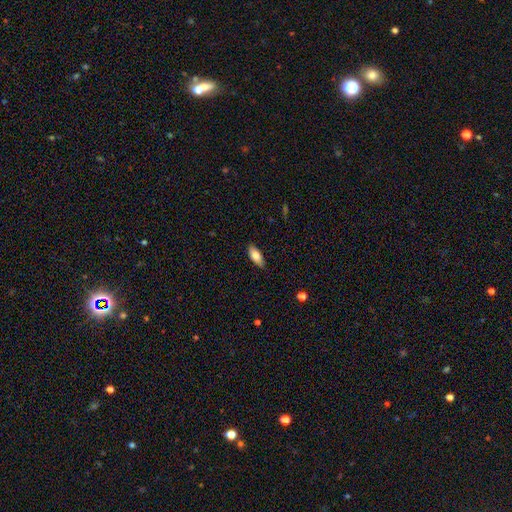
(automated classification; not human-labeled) Smooth or featured?
  - smooth: 82% *
  - featured or disk: 12%
  - star or artifact: 6%
How rounded?
  - in between: 82% *
  - cigar-shaped: 16%
  - round: 2%
Merging?
  - none: 84% *
  - minor disturbance: 12%
  - major disturbance: 2%
  - merger: 1%